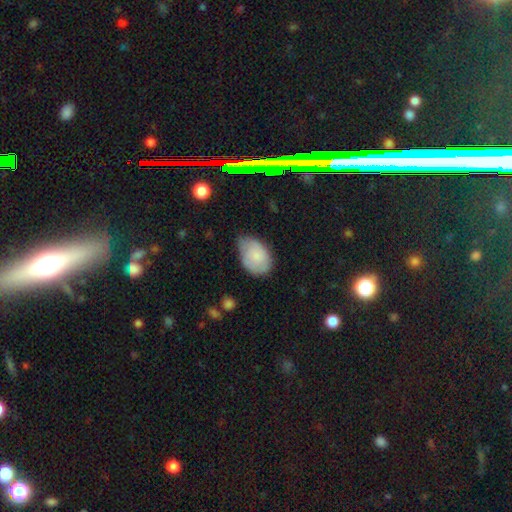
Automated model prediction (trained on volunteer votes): Q: Smooth or featured?
A: smooth (79%); runner-up: featured or disk (14%)
Q: How rounded?
A: in between (87%); runner-up: round (12%)
Q: Merging?
A: none (47%); runner-up: minor disturbance (42%)